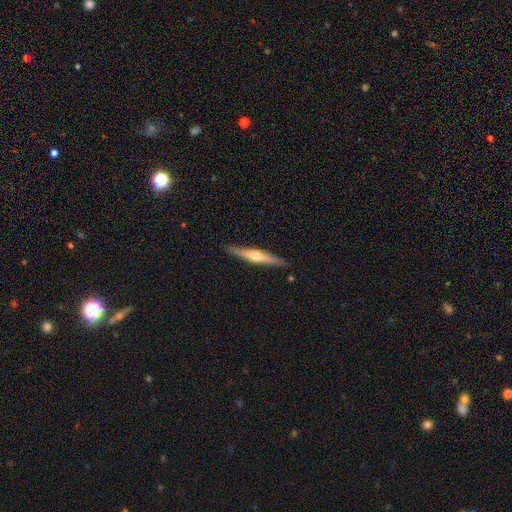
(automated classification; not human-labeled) featured or disk 65%, smooth 30%, star or artifact 5%. Down the decision tree: edge-on disk — yes (96%); edge-on bulge — rounded (88%); merging — none (89%).